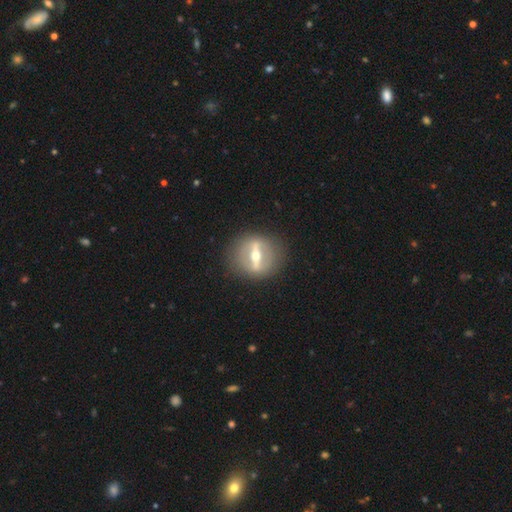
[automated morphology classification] Smooth or featured? Predicted: featured or disk (p=0.81). Edge-on disk? Predicted: no (p=0.52). Merging? Predicted: none (p=0.87).